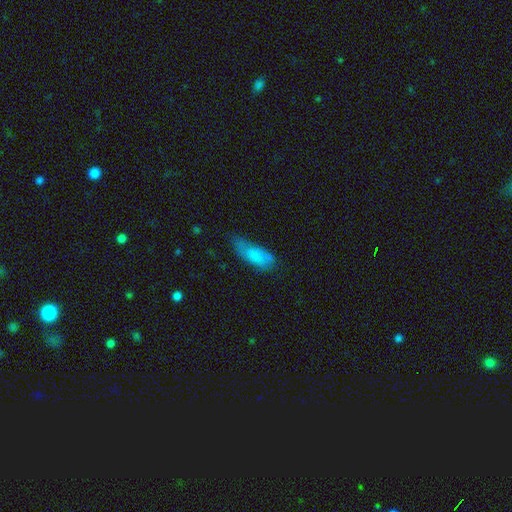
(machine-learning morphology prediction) The model was most divided on "merging": none: 48%, minor disturbance: 36%, major disturbance: 13%, merger: 2%. More confident: how rounded — in between (78%); smooth or featured — smooth (76%).